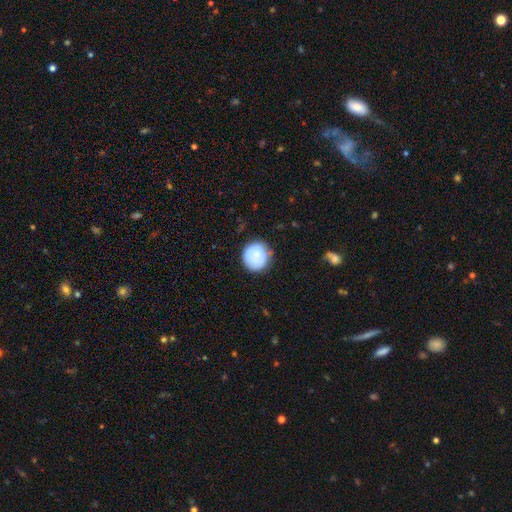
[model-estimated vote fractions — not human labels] A smooth galaxy with no disk features (75%) that is round (90%). Merging: none (78%).